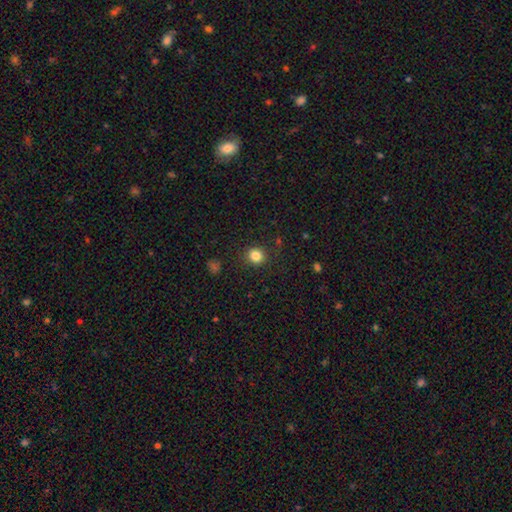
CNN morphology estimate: A smooth galaxy with no disk features (83%) that is round (87%). Merging: none (88%).